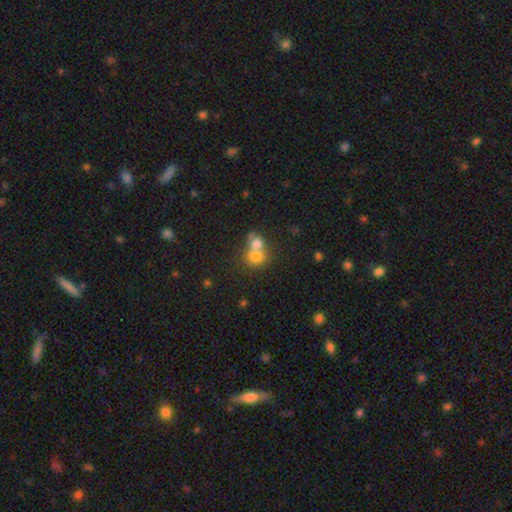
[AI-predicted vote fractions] Smooth or featured? smooth (73%)
How rounded? round (69%)
Merging? merger (64%)